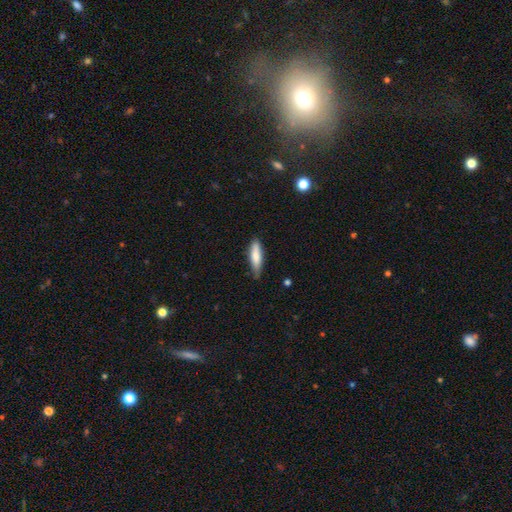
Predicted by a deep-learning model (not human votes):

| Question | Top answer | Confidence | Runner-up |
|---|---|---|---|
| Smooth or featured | smooth | 77% | featured or disk (17%) |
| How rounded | cigar-shaped | 69% | in between (29%) |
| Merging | none | 75% | minor disturbance (21%) |